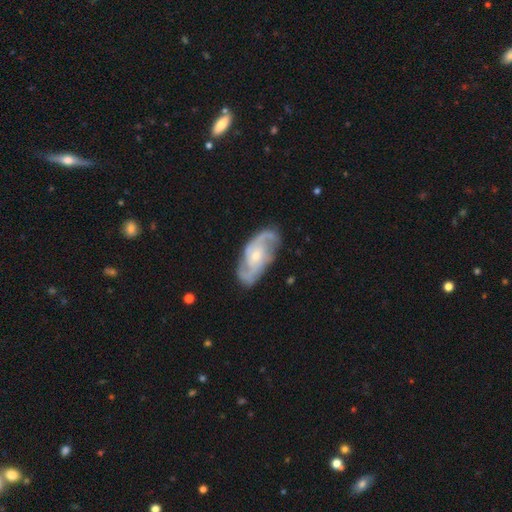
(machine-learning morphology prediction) A featured or disk galaxy (86%) with no bar (57%), 2 (77%) medium (51%) spiral arms (97%) and a small central bulge (53%). Merging: none (78%).